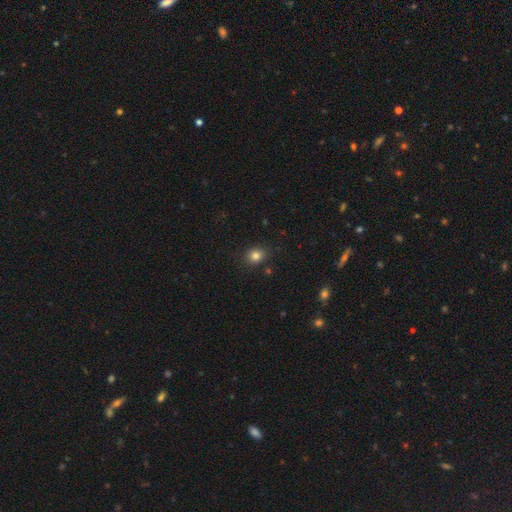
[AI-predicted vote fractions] Smooth or featured?
  - smooth: 82% *
  - star or artifact: 12%
  - featured or disk: 6%
How rounded?
  - round: 66% *
  - in between: 33%
  - cigar-shaped: 1%
Merging?
  - none: 86% *
  - minor disturbance: 10%
  - major disturbance: 3%
  - merger: 2%